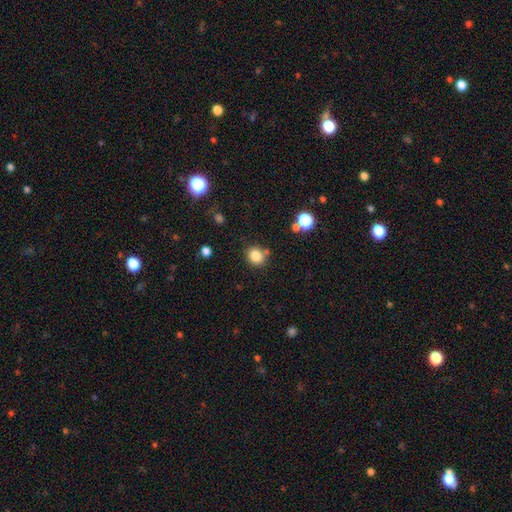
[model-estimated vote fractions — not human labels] smooth 83%, star or artifact 12%, featured or disk 5%. Down the decision tree: how rounded — round (79%); merging — none (76%).